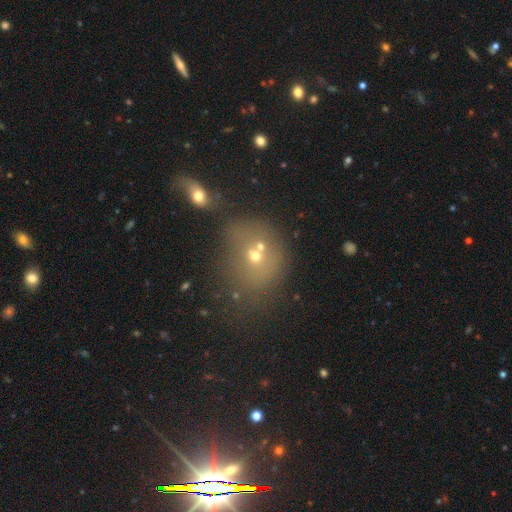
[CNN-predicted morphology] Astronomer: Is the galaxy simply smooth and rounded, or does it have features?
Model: smooth — 55%.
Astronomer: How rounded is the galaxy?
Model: round — 63%.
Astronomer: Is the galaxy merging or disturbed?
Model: merger — 49% (runner-up: none, 32%).